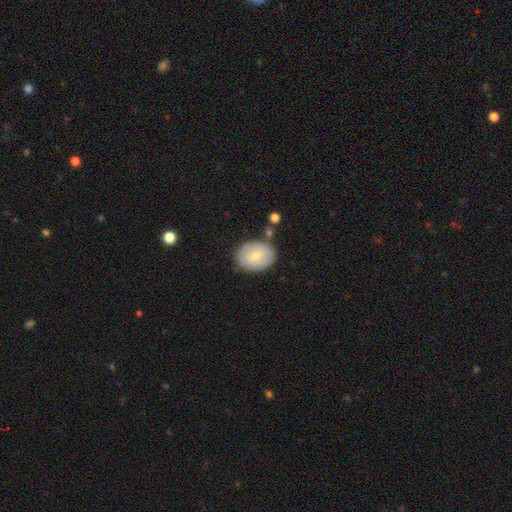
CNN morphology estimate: Smooth or featured: smooth — 66% (featured or disk — 28%)
How rounded: in between — 63% (round — 36%)
Merging: none — 75% (minor disturbance — 16%)